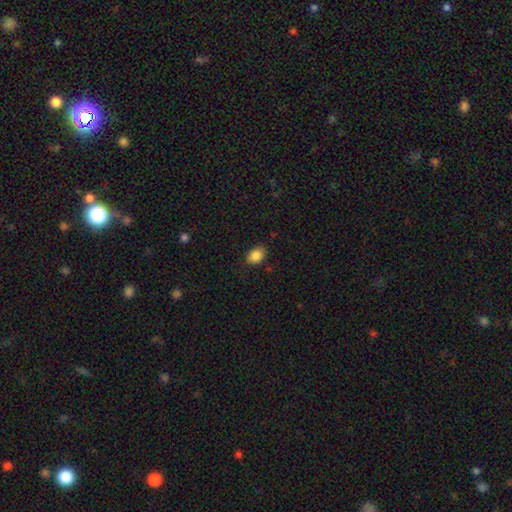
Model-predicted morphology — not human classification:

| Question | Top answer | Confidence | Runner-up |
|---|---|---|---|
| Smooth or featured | smooth | 87% | star or artifact (8%) |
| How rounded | in between | 76% | round (23%) |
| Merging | none | 82% | minor disturbance (14%) |